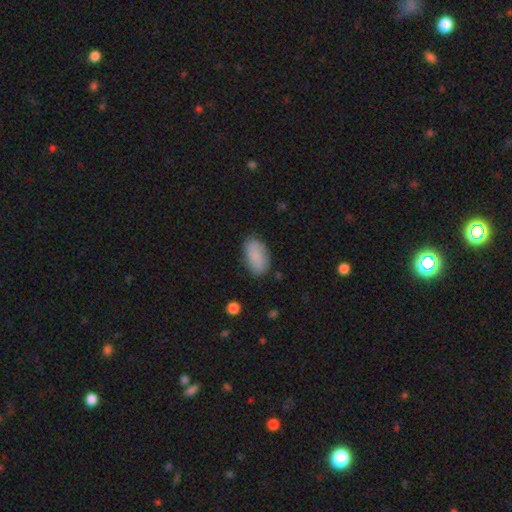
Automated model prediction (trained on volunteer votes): The model was most divided on "smooth or featured": smooth: 72%, featured or disk: 21%, star or artifact: 7%. More confident: how rounded — in between (93%); merging — none (75%).